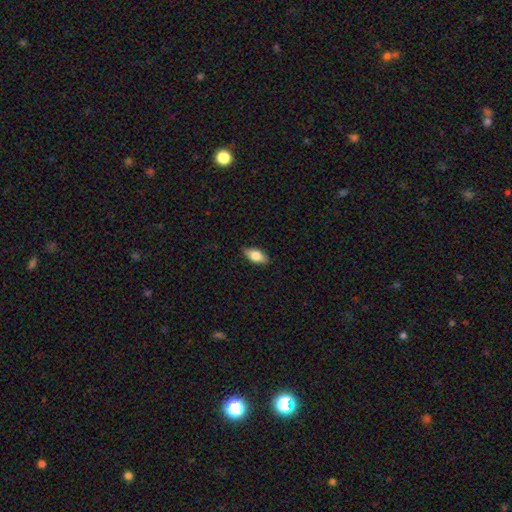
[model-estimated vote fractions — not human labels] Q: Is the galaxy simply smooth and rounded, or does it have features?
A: smooth — 74%.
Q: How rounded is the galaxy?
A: in between — 86%.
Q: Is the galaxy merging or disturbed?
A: none — 87%.